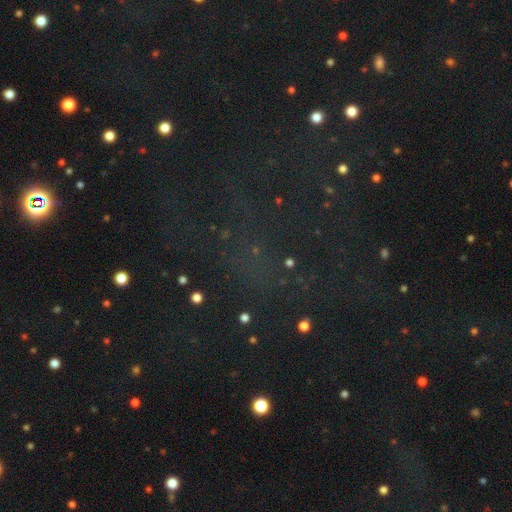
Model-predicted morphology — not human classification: This appears to be a star or artifact, not a galaxy (71%).